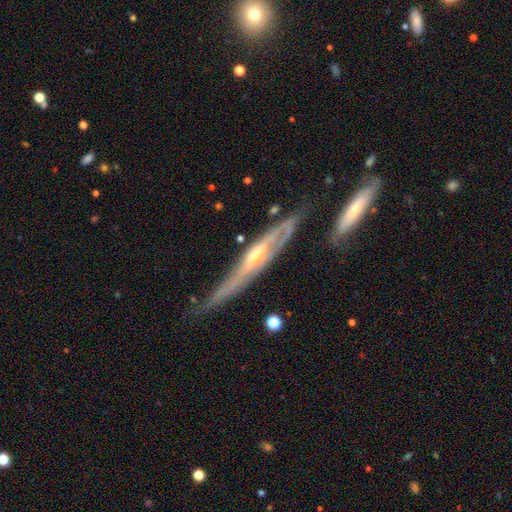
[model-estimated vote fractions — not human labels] Smooth or featured?
  - featured or disk: 79% *
  - smooth: 15%
  - star or artifact: 5%
Edge-on disk?
  - yes: 67% *
  - no: 33%
Edge-on bulge?
  - rounded: 64% *
  - none: 30%
  - boxy: 6%
Merging?
  - none: 58% *
  - minor disturbance: 25%
  - major disturbance: 12%
  - merger: 5%